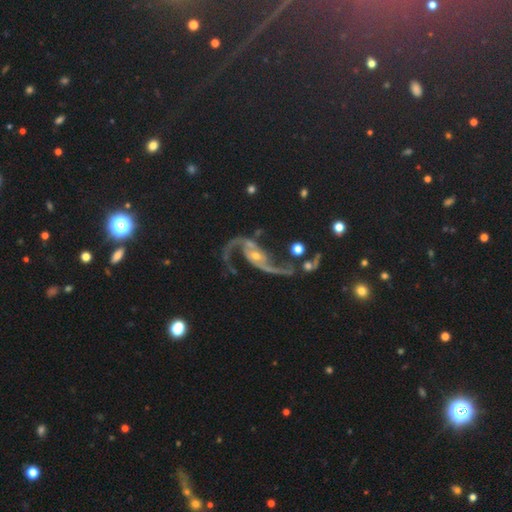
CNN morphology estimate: featured or disk 91%, star or artifact 6%, smooth 3%. Down the decision tree: edge-on disk — no (97%); bar — no (53%); spiral arms — yes (98%); spiral arm count — 2 (94%); spiral winding — loose (76%); bulge size — small (59%); merging — none (63%).